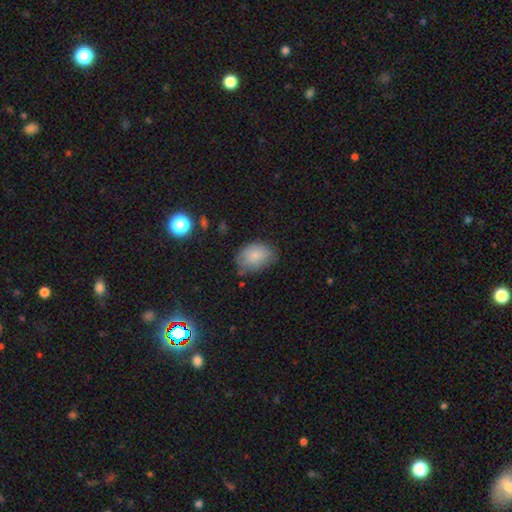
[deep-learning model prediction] smooth 81%, featured or disk 11%, star or artifact 8%. Down the decision tree: how rounded — in between (77%); merging — none (64%).